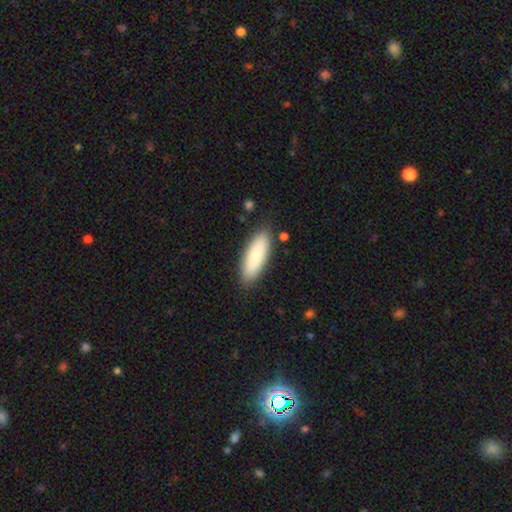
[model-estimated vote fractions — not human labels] smooth-or-featured: smooth: 84% | featured or disk: 11% | star or artifact: 6%
  how-rounded: in between: 59% | cigar-shaped: 40% | round: 2%
  merging: none: 86% | minor disturbance: 10% | major disturbance: 2% | merger: 2%